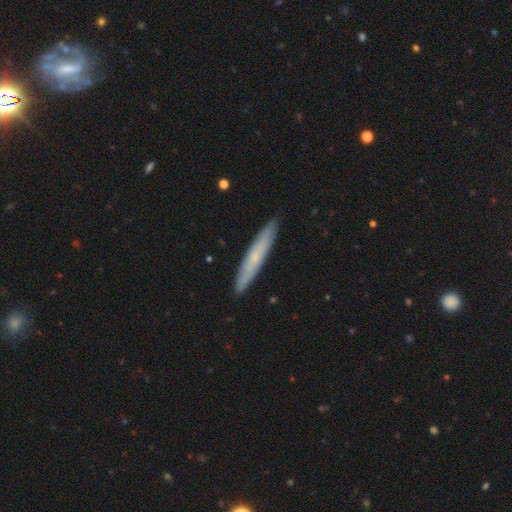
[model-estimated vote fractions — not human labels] This is possibly a smooth galaxy (51%). How rounded: clearly cigar-shaped (94%). Merging: clearly none (90%).